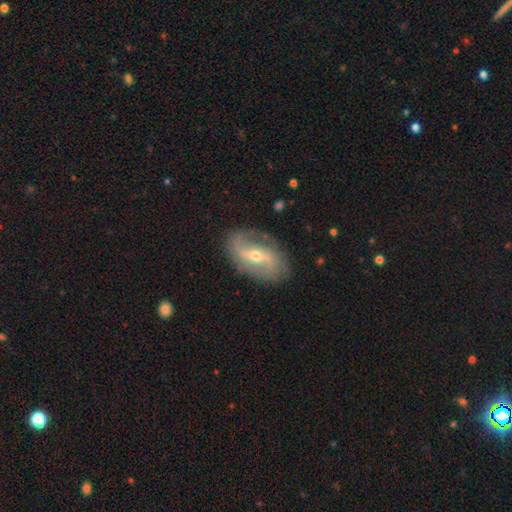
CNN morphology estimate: featured or disk 83%, smooth 11%, star or artifact 6%. Down the decision tree: edge-on disk — no (95%); bar — weak (44%); spiral arms — yes (91%); spiral arm count — 2 (86%); spiral winding — loose (51%); bulge size — moderate (53%); merging — none (80%).